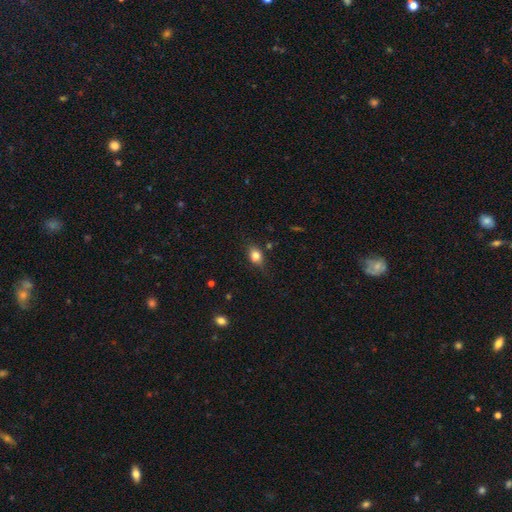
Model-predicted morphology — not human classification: Smooth or featured?
  - smooth: 80% *
  - star or artifact: 10%
  - featured or disk: 10%
How rounded?
  - in between: 69% *
  - round: 28%
  - cigar-shaped: 3%
Merging?
  - none: 68% *
  - minor disturbance: 24%
  - major disturbance: 7%
  - merger: 2%